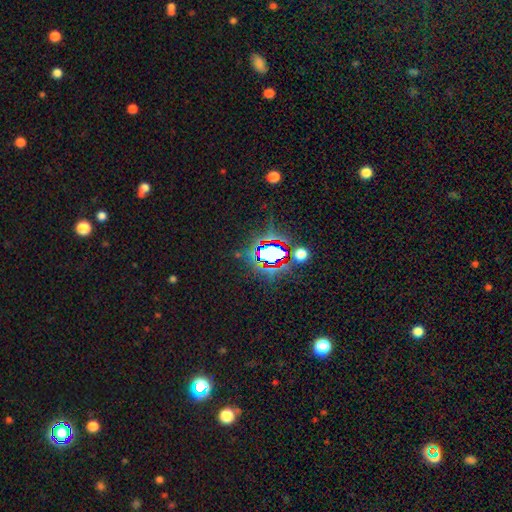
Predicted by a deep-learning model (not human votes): smooth-or-featured: star or artifact: 76% | smooth: 15% | featured or disk: 9%